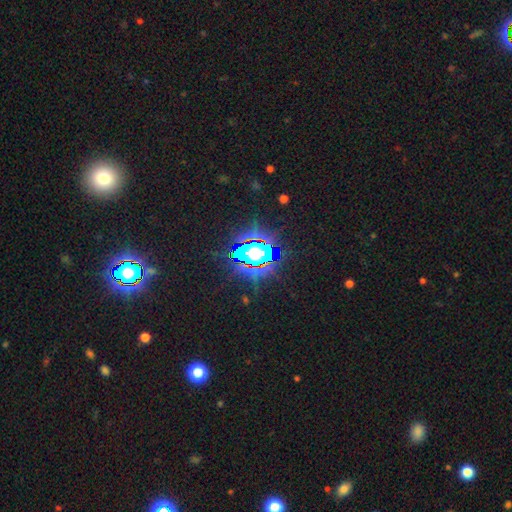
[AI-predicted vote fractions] Smooth or featured: star or artifact — 83% (smooth — 9%)